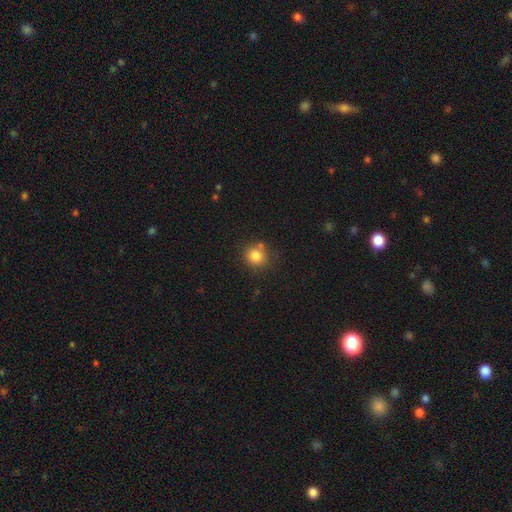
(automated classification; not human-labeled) Smooth or featured? Predicted: smooth (p=0.82). How rounded? Predicted: round (p=0.88). Merging? Predicted: none (p=0.72).